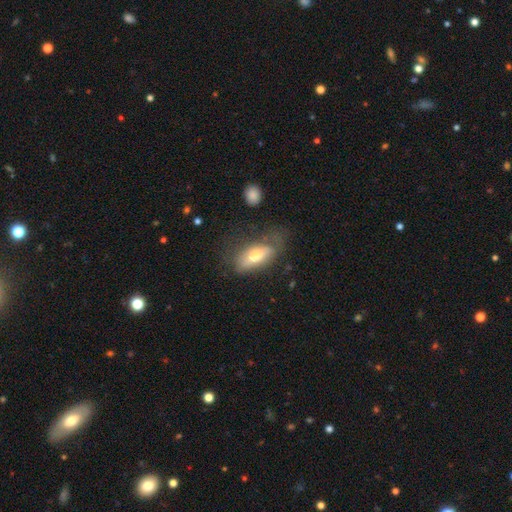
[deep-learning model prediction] A smooth galaxy with no disk features (63%) that is in between round and cigar-shaped (82%).

Vote fractions:
- Smooth or featured? smooth: 63% / featured or disk: 29% / star or artifact: 7%
- How rounded? in between: 82% / cigar-shaped: 15% / round: 3%
- Merging? none: 44% / minor disturbance: 28% / major disturbance: 24% / merger: 4%